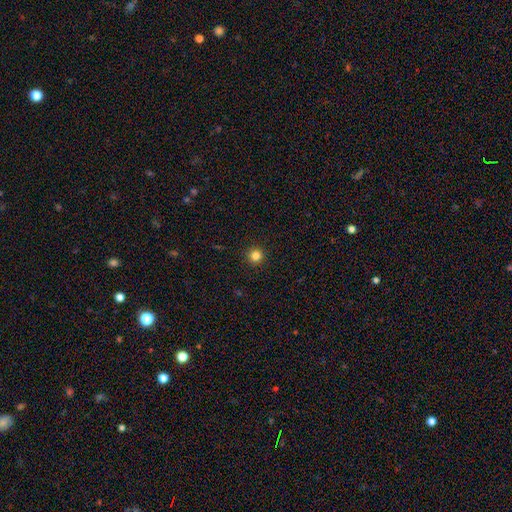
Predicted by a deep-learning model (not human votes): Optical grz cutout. It shows a smooth galaxy with no disk features (83%) that is round (96%). Merging: none (93%).